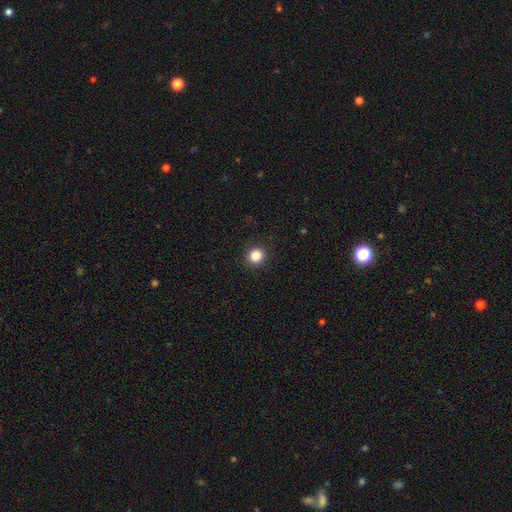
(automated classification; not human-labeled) This is clearly a smooth galaxy (85%). How rounded: clearly round (91%). Merging: clearly none (92%).